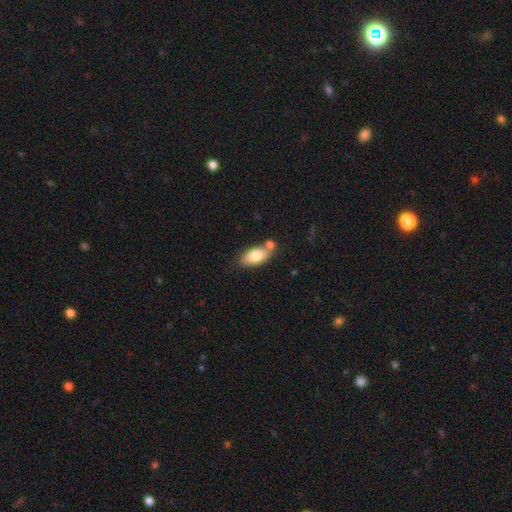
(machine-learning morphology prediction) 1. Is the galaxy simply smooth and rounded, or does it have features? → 78% smooth, 16% featured or disk, 7% star or artifact.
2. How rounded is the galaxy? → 88% in between, 8% cigar-shaped, 3% round.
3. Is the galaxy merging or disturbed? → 63% none, 19% merger, 14% minor disturbance, 3% major disturbance.